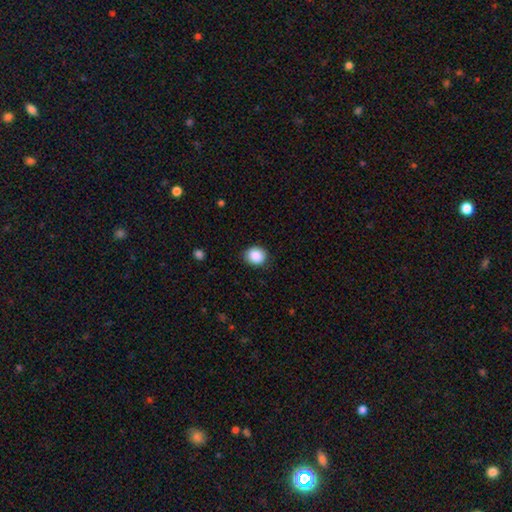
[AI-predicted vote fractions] Q: Smooth or featured?
A: smooth (88%); runner-up: star or artifact (8%)
Q: How rounded?
A: round (75%); runner-up: in between (24%)
Q: Merging?
A: none (86%); runner-up: minor disturbance (10%)